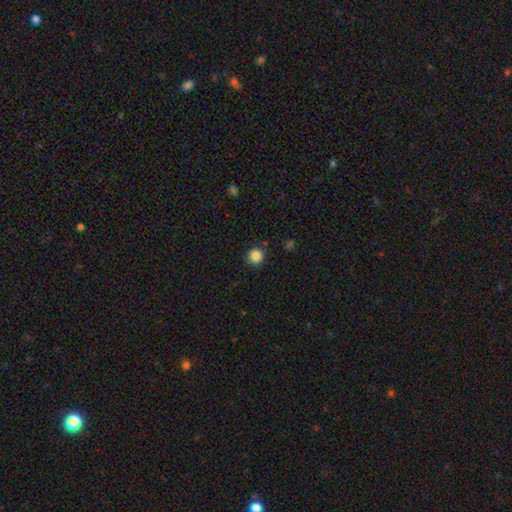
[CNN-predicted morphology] A smooth galaxy with no disk features (86%) that is round (93%). Merging: none (87%).